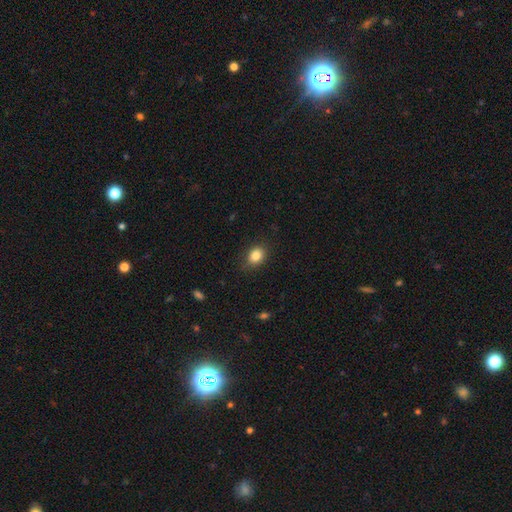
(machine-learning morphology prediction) type=smooth (84%); roundness=in between (59%); merging=none (82%).